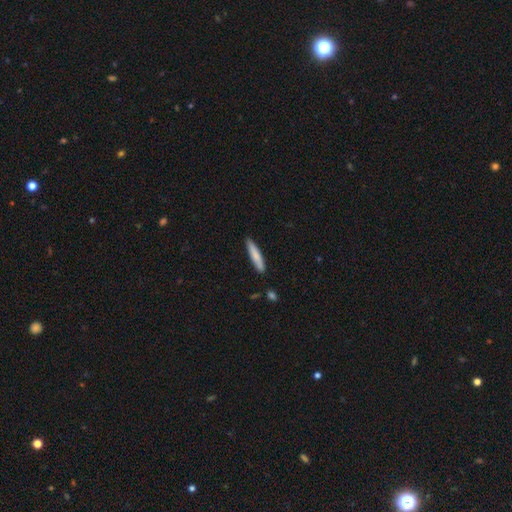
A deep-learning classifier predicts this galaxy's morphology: Overall: smooth (77%). How rounded: cigar-shaped (89%). Merging: none (86%).